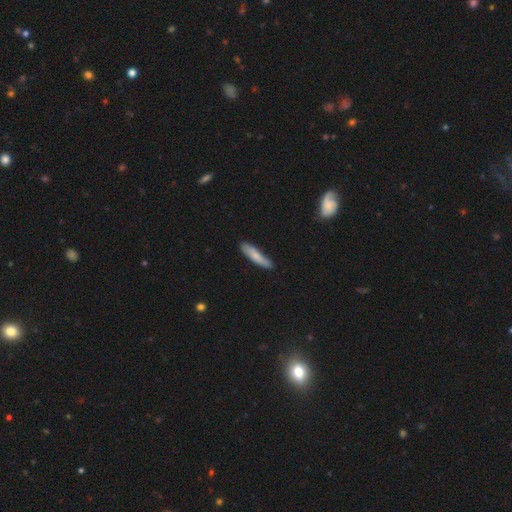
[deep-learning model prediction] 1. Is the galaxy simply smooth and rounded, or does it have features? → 77% smooth, 18% featured or disk, 5% star or artifact.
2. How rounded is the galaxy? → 83% cigar-shaped, 16% in between, 1% round.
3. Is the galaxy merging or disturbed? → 83% none, 13% minor disturbance, 2% major disturbance, 2% merger.